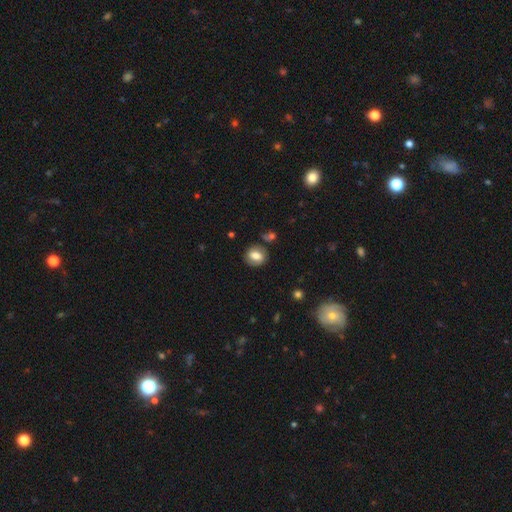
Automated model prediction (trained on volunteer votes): Q: Smooth or featured?
A: smooth (72%); runner-up: featured or disk (20%)
Q: How rounded?
A: round (65%); runner-up: in between (34%)
Q: Merging?
A: none (81%); runner-up: minor disturbance (11%)